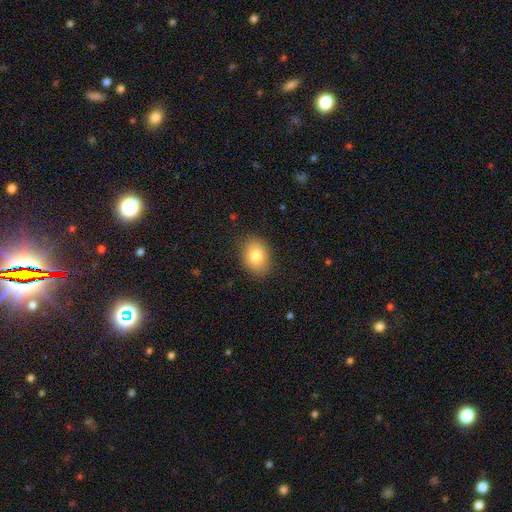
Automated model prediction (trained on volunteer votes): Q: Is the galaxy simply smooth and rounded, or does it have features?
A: smooth — 82%.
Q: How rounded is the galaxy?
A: in between — 67%.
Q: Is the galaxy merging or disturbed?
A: none — 86%.